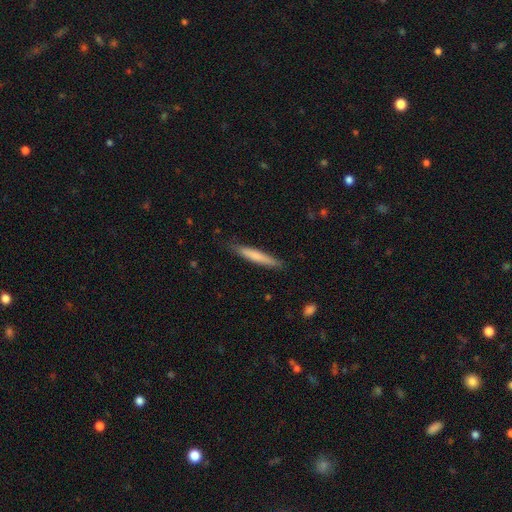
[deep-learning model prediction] This is likely a smooth galaxy (71%). How rounded: clearly cigar-shaped (94%). Merging: clearly none (85%).